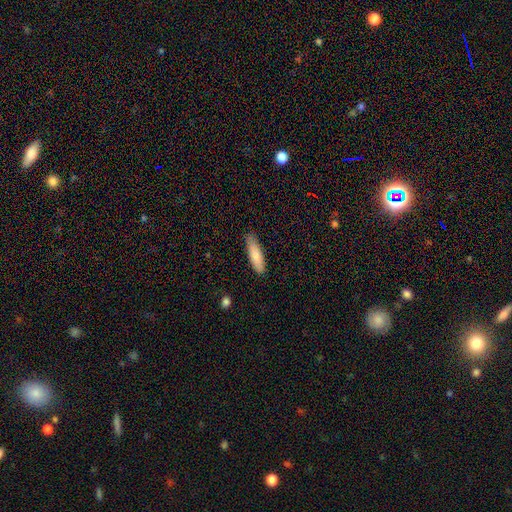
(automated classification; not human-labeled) smooth-or-featured: smooth: 81% | featured or disk: 13% | star or artifact: 6%
  how-rounded: cigar-shaped: 63% | in between: 35% | round: 1%
  merging: none: 83% | minor disturbance: 13% | major disturbance: 2% | merger: 1%